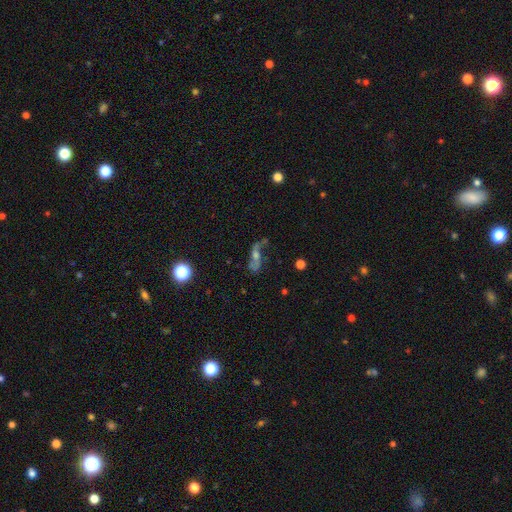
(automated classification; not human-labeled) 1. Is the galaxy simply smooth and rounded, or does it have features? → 69% featured or disk, 17% smooth, 14% star or artifact.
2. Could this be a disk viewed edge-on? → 85% no, 15% yes.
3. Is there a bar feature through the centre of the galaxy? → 59% no, 29% weak, 13% strong.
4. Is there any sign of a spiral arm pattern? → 86% yes, 14% no.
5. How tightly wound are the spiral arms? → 82% loose, 13% medium, 5% tight.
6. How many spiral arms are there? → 86% 2, 7% 1, 4% can't tell, 1% 3, 1% 4, 1% more than 4.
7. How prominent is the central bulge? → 46% moderate, 36% small, 9% none, 7% large, 2% dominant.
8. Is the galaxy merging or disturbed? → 55% none, 20% minor disturbance, 19% major disturbance, 6% merger.